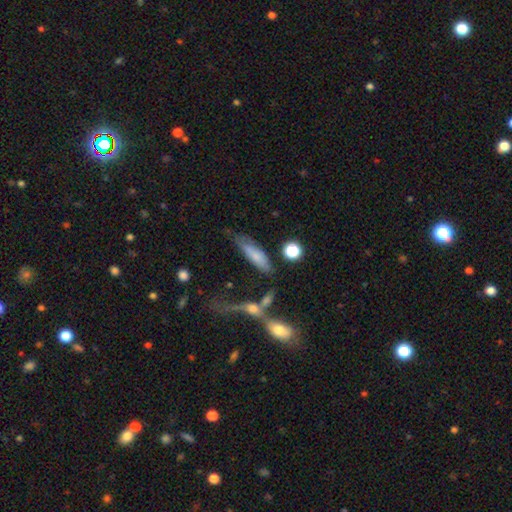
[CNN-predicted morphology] Smooth or featured: smooth — 70% (featured or disk — 22%)
How rounded: cigar-shaped — 58% (in between — 39%)
Merging: none — 58% (minor disturbance — 20%)